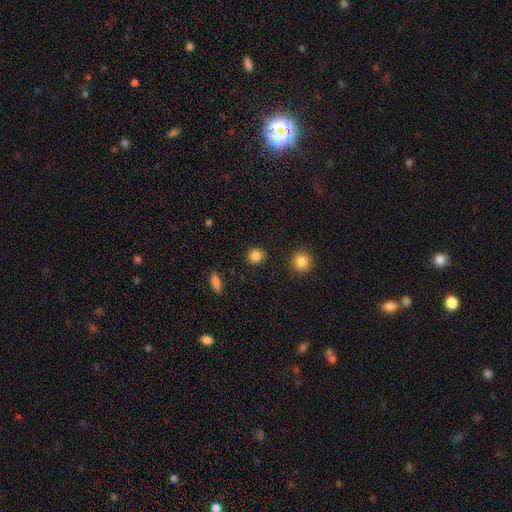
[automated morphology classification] A smooth galaxy with no disk features (86%) that is round (83%).

Vote fractions:
- Smooth or featured? smooth: 86% / star or artifact: 11% / featured or disk: 4%
- How rounded? round: 83% / in between: 16% / cigar-shaped: 1%
- Merging? none: 90% / minor disturbance: 6% / major disturbance: 2% / merger: 2%